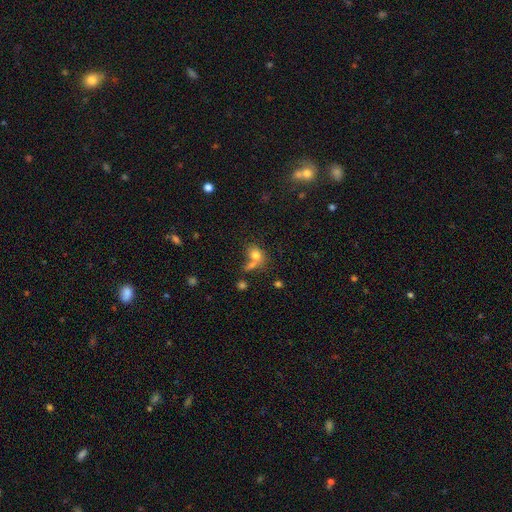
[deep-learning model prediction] smooth_or_featured: smooth (p=0.76) [alt: featured or disk p=0.12]
how_rounded: in between (p=0.58) [alt: round p=0.40]
merging: none (p=0.40) [alt: merger p=0.39]